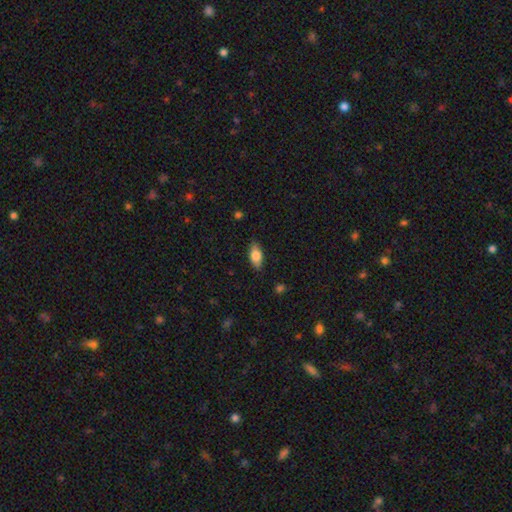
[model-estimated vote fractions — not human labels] The model was most divided on "smooth or featured": smooth: 76%, featured or disk: 17%, star or artifact: 7%. More confident: how rounded — in between (86%); merging — none (86%).